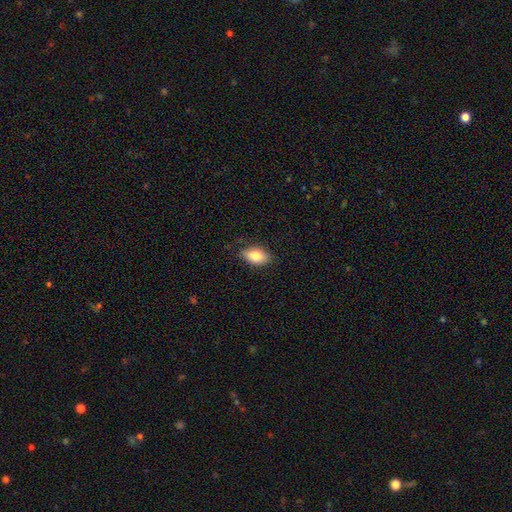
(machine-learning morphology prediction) A smooth galaxy with no disk features (80%) that is in between round and cigar-shaped (86%). Merging: none (77%).